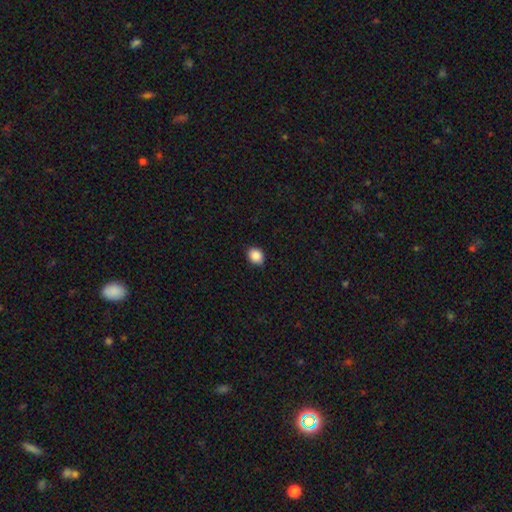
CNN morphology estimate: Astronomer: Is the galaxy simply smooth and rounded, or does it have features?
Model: smooth — 88%.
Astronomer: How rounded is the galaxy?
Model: round — 50% (runner-up: in between, 49%).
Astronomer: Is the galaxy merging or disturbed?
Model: none — 85%.